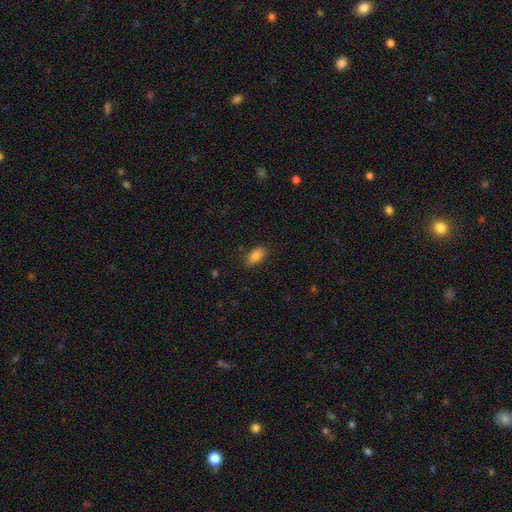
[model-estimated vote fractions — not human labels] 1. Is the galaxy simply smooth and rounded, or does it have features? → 87% smooth, 8% star or artifact, 5% featured or disk.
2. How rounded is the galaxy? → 92% in between, 4% round, 4% cigar-shaped.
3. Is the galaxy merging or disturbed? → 84% none, 12% minor disturbance, 3% major disturbance, 1% merger.